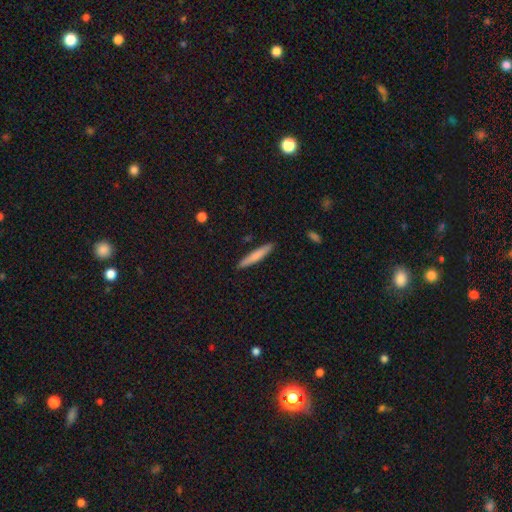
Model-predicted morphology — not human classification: Q: Smooth or featured?
A: smooth (75%); runner-up: featured or disk (20%)
Q: How rounded?
A: cigar-shaped (93%); runner-up: in between (5%)
Q: Merging?
A: none (90%); runner-up: minor disturbance (7%)